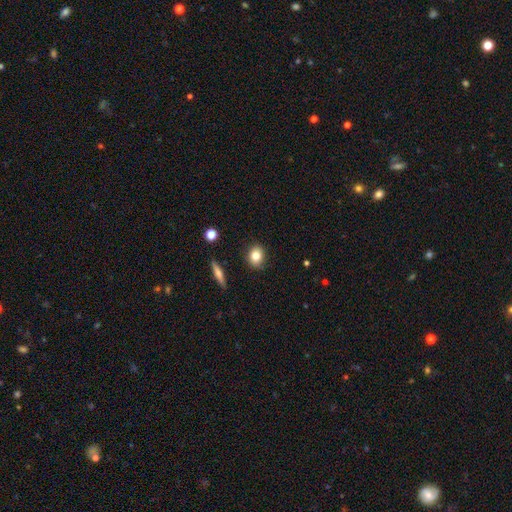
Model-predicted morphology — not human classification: The model was most divided on "how rounded": round: 52%, in between: 46%, cigar-shaped: 2%. More confident: merging — none (88%); smooth or featured — smooth (81%).